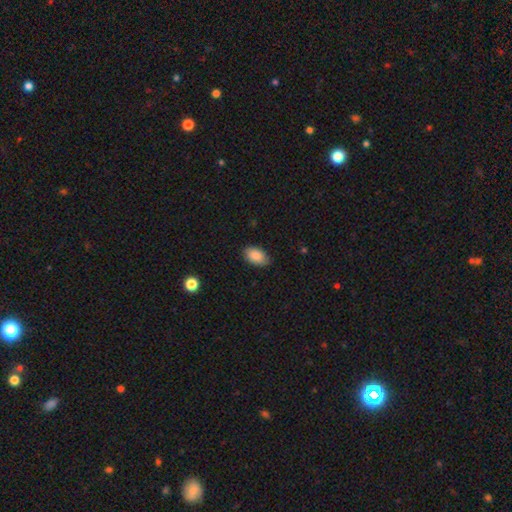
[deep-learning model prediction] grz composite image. It shows a smooth galaxy with no disk features (89%) that is in between round and cigar-shaped (92%). Merging: none (82%).